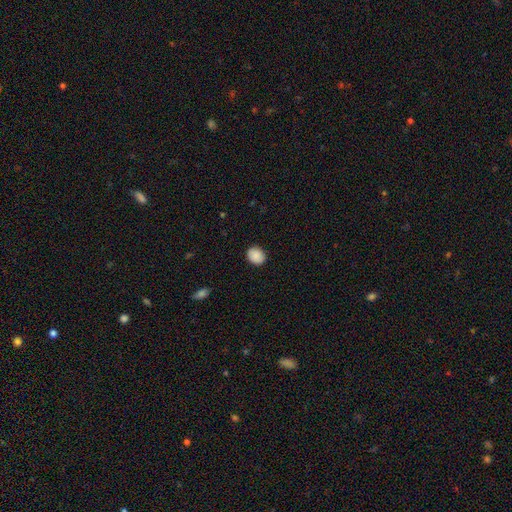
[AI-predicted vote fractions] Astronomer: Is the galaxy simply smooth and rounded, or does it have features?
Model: smooth — 89%.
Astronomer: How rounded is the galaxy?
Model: round — 58% (runner-up: in between, 41%).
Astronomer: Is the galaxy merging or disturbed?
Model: none — 88%.